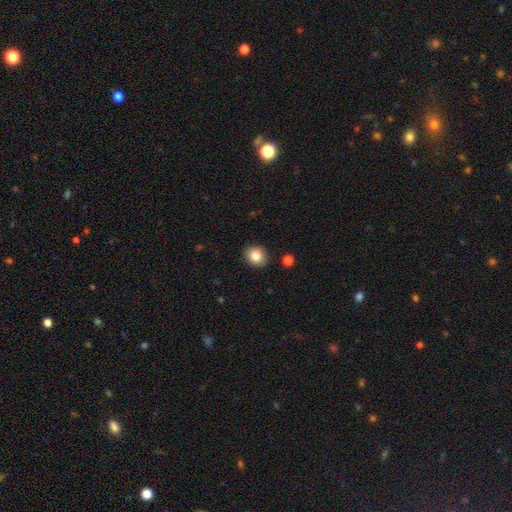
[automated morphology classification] Smooth or featured?
  - smooth: 84% *
  - star or artifact: 9%
  - featured or disk: 7%
How rounded?
  - round: 64% *
  - in between: 35%
  - cigar-shaped: 1%
Merging?
  - none: 89% *
  - minor disturbance: 8%
  - major disturbance: 2%
  - merger: 2%